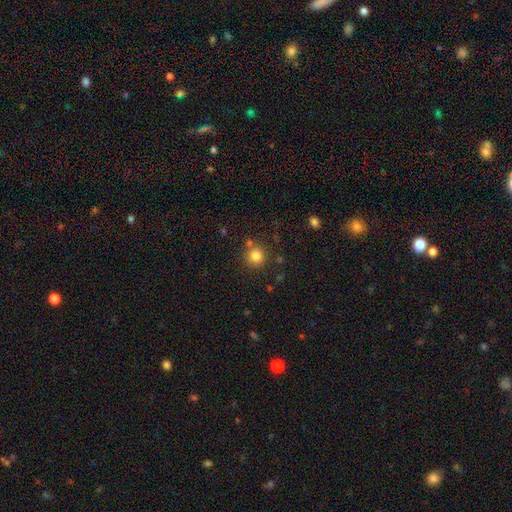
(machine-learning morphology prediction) Q: Smooth or featured?
A: smooth (81%); runner-up: star or artifact (12%)
Q: How rounded?
A: round (93%); runner-up: in between (6%)
Q: Merging?
A: none (80%); runner-up: merger (9%)